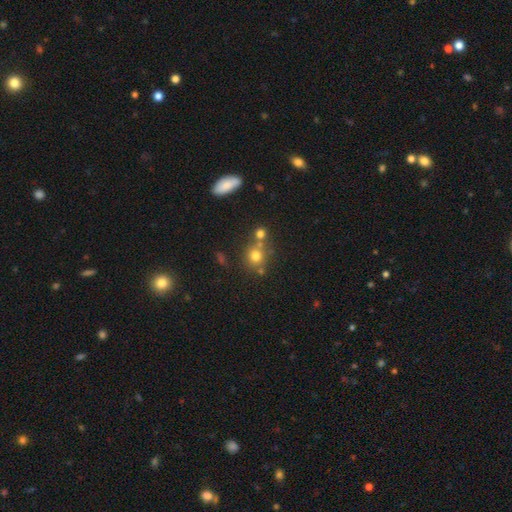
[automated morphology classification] Smooth or featured? Predicted: smooth (p=0.72). How rounded? Predicted: round (p=0.87). Merging? Predicted: none (p=0.60).